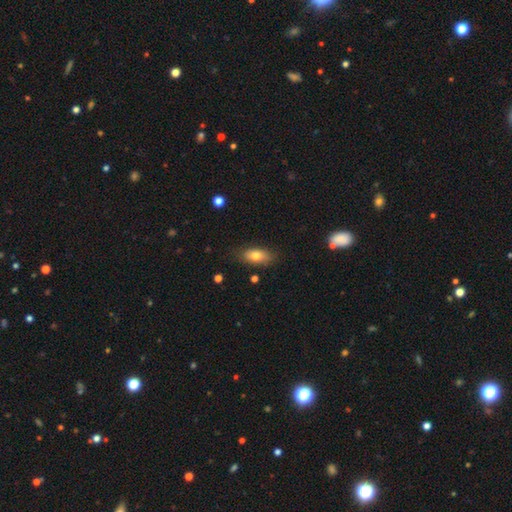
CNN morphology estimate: Smooth or featured?
  - smooth: 76% *
  - featured or disk: 16%
  - star or artifact: 8%
How rounded?
  - in between: 84% *
  - cigar-shaped: 10%
  - round: 5%
Merging?
  - none: 81% *
  - minor disturbance: 14%
  - major disturbance: 3%
  - merger: 2%